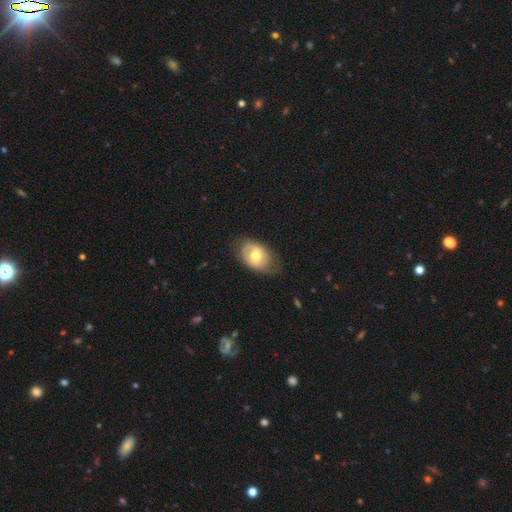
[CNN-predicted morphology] Smooth or featured?
  - smooth: 50% *
  - featured or disk: 44%
  - star or artifact: 6%
Merging?
  - none: 59% *
  - minor disturbance: 30%
  - major disturbance: 10%
  - merger: 1%